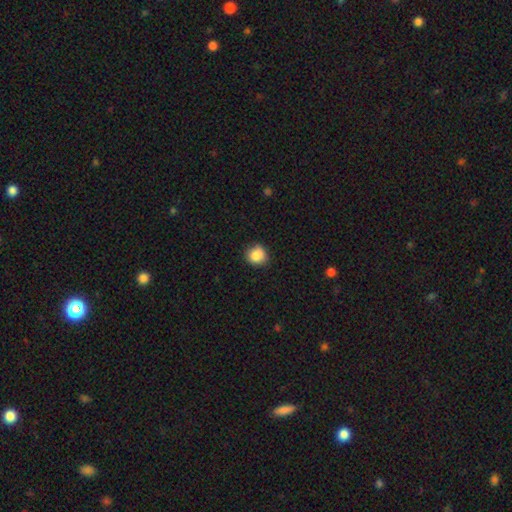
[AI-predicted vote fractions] Overall: smooth (86%). How rounded: round (88%). Merging: none (80%).